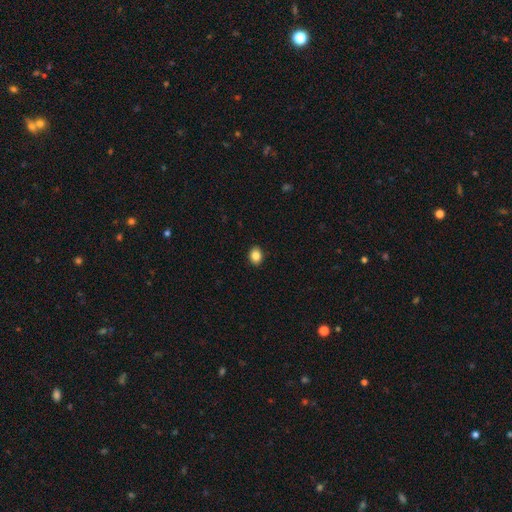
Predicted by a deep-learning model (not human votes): Overall: smooth (86%). How rounded: in between (55%; round 44%). Merging: none (91%).